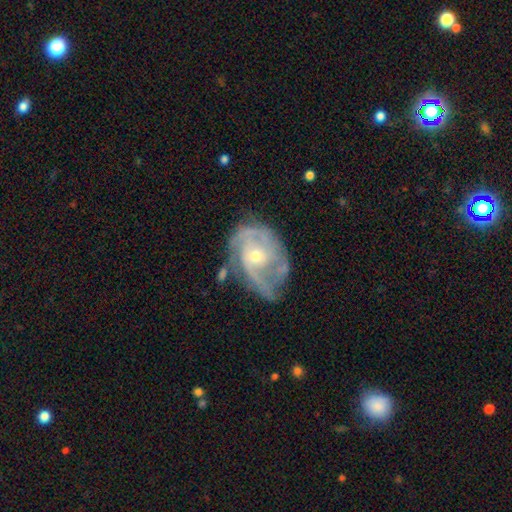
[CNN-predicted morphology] Smooth or featured?
  - featured or disk: 87% *
  - smooth: 8%
  - star or artifact: 5%
Edge-on disk?
  - no: 97% *
  - yes: 3%
Bar?
  - no: 66% *
  - weak: 28%
  - strong: 6%
Spiral arms?
  - yes: 94% *
  - no: 6%
Spiral winding?
  - tight: 49% *
  - medium: 39%
  - loose: 12%
Spiral arm count?
  - 2: 40% *
  - 3: 23%
  - can't tell: 22%
  - 1: 6%
  - 4: 5%
  - more than 4: 4%
Bulge size?
  - small: 54% *
  - moderate: 43%
  - large: 1%
  - none: 1%
  - dominant: 1%
Merging?
  - none: 54% *
  - minor disturbance: 27%
  - major disturbance: 16%
  - merger: 4%